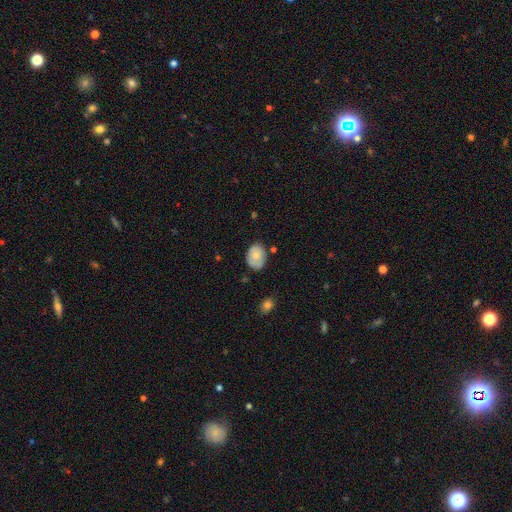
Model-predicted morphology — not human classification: A smooth galaxy with no disk features (72%) that is in between round and cigar-shaped (66%).

Vote fractions:
- Smooth or featured? smooth: 72% / featured or disk: 21% / star or artifact: 7%
- How rounded? in between: 66% / round: 33% / cigar-shaped: 1%
- Merging? none: 68% / minor disturbance: 24% / major disturbance: 4% / merger: 3%